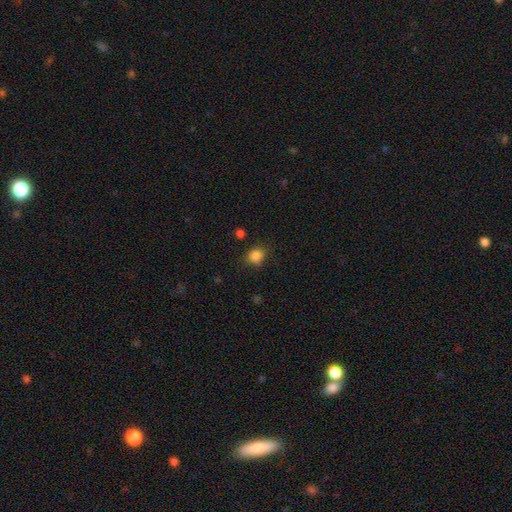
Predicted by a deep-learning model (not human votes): Smooth or featured: smooth — 84% (star or artifact — 12%)
How rounded: round — 65% (in between — 34%)
Merging: none — 78% (minor disturbance — 16%)